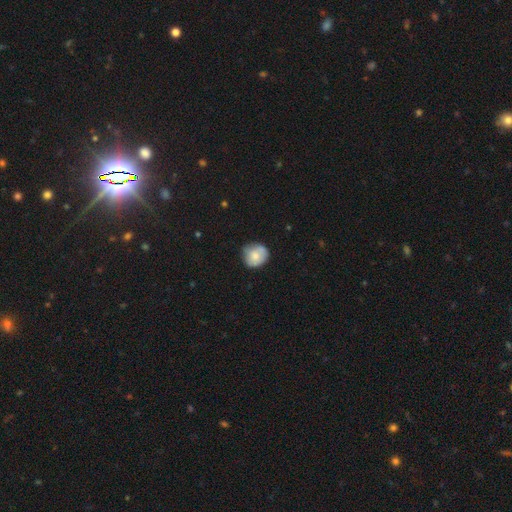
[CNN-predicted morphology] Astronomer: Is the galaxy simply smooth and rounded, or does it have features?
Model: smooth — 75%.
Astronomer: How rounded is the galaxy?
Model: round — 81%.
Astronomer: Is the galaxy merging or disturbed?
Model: none — 66%.